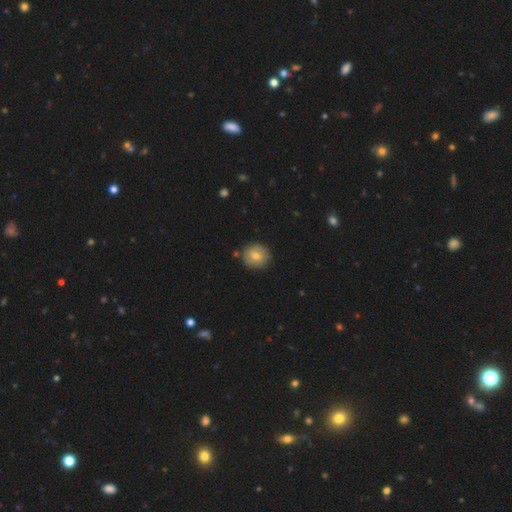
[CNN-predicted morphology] smooth_or_featured: smooth (p=0.64) [alt: featured or disk p=0.29]
how_rounded: round (p=0.85) [alt: in between p=0.14]
merging: none (p=0.85) [alt: minor disturbance p=0.11]